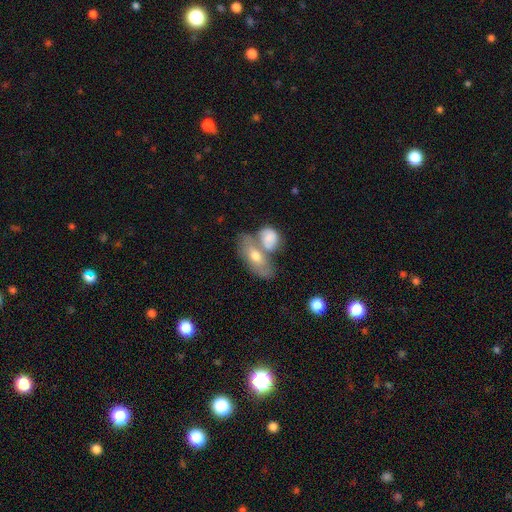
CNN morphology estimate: type=smooth (40%); merging=merger (43%).